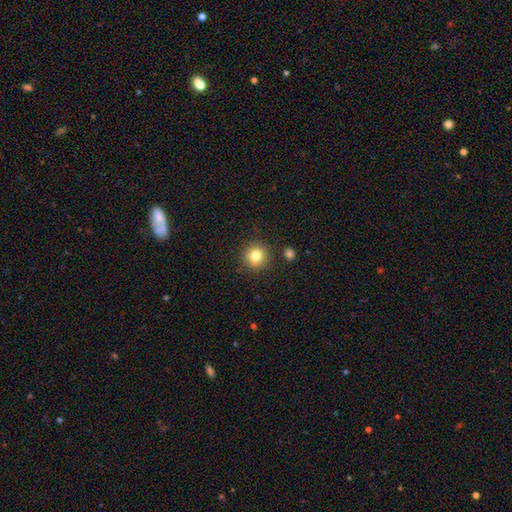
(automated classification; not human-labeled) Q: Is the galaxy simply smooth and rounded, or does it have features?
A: smooth — 81%.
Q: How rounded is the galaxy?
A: round — 91%.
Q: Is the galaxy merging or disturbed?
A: none — 87%.